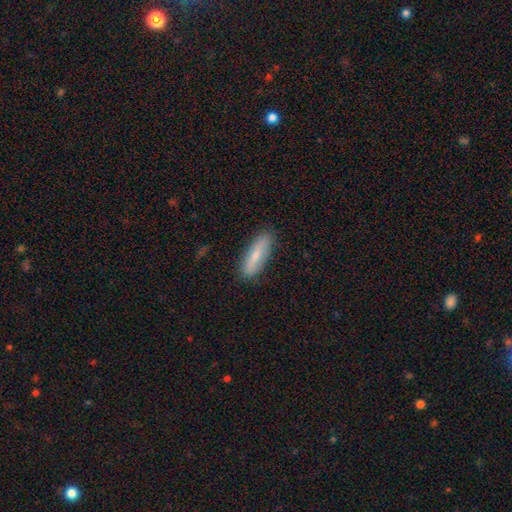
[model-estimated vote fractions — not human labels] This is likely a smooth galaxy (70%). How rounded: possibly cigar-shaped (58%). Merging: clearly none (86%).